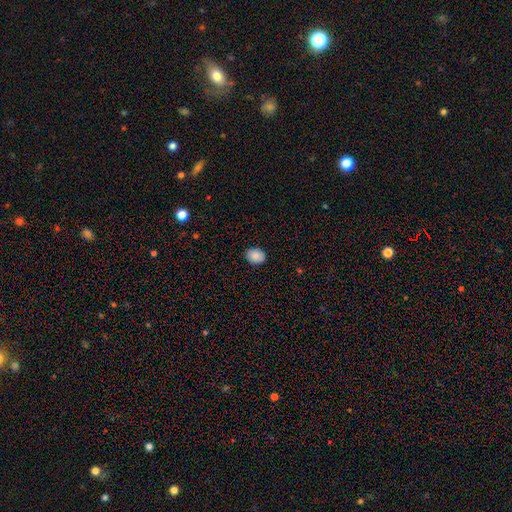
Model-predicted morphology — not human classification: type=smooth (86%); roundness=in between (54%); merging=none (87%).